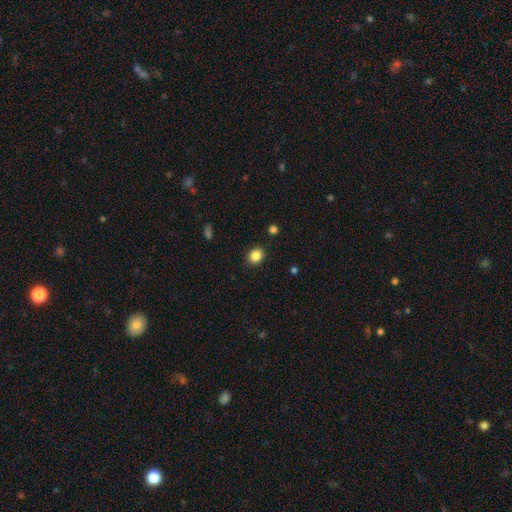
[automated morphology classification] A smooth galaxy with no disk features (85%) that is round (65%).

Vote fractions:
- Smooth or featured? smooth: 85% / star or artifact: 10% / featured or disk: 5%
- How rounded? round: 65% / in between: 34% / cigar-shaped: 1%
- Merging? none: 89% / minor disturbance: 7% / major disturbance: 2% / merger: 1%